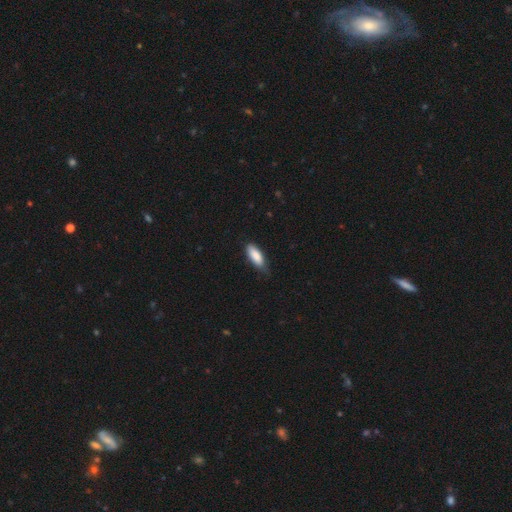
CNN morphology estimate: type=smooth (86%); roundness=in between (75%); merging=none (64%).